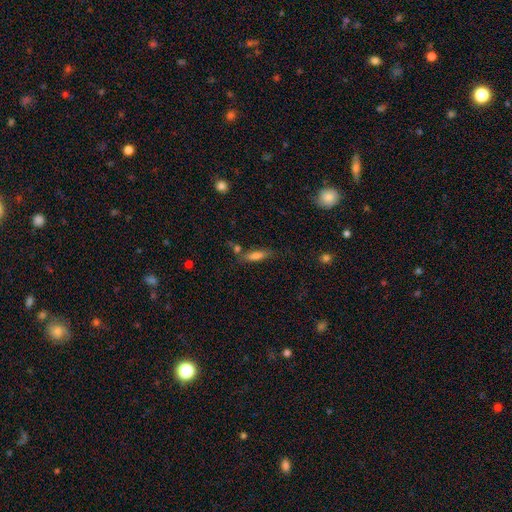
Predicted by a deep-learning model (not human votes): smooth_or_featured: smooth (p=0.74) [alt: featured or disk p=0.17]
how_rounded: cigar-shaped (p=0.56) [alt: in between p=0.41]
merging: none (p=0.65) [alt: minor disturbance p=0.17]